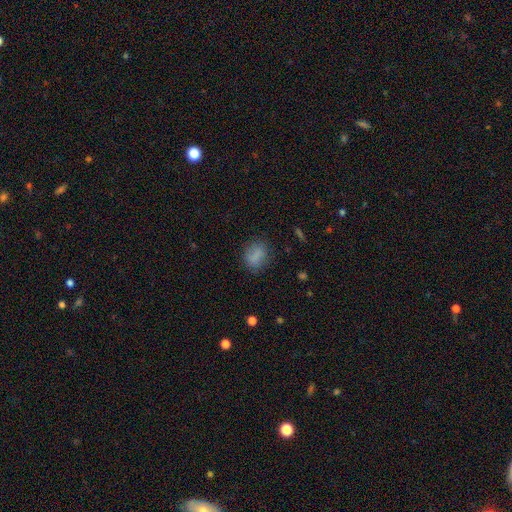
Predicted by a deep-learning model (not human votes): Overall: smooth (82%). How rounded: in between (59%; round 39%). Merging: none (76%).